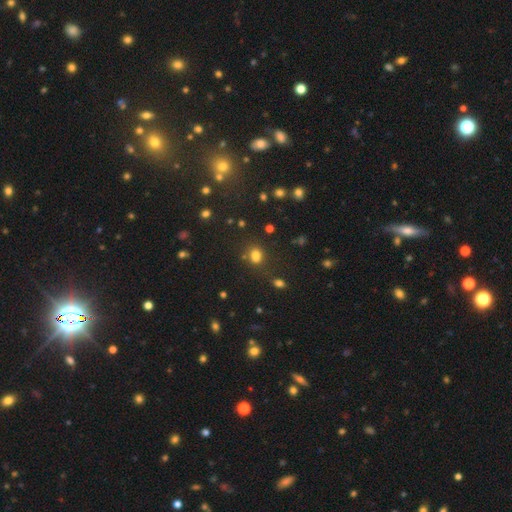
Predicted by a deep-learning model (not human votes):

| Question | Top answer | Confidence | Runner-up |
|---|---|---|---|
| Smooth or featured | smooth | 74% | star or artifact (19%) |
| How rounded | in between | 55% | round (44%) |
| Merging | none | 67% | minor disturbance (15%) |